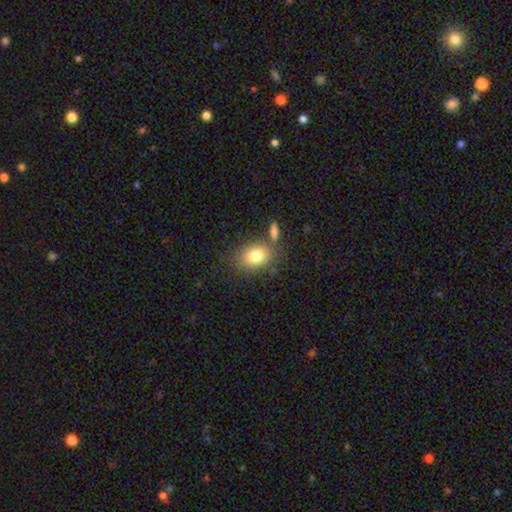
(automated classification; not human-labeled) Q: Smooth or featured?
A: smooth (79%); runner-up: featured or disk (12%)
Q: How rounded?
A: in between (66%); runner-up: round (33%)
Q: Merging?
A: none (68%); runner-up: merger (14%)